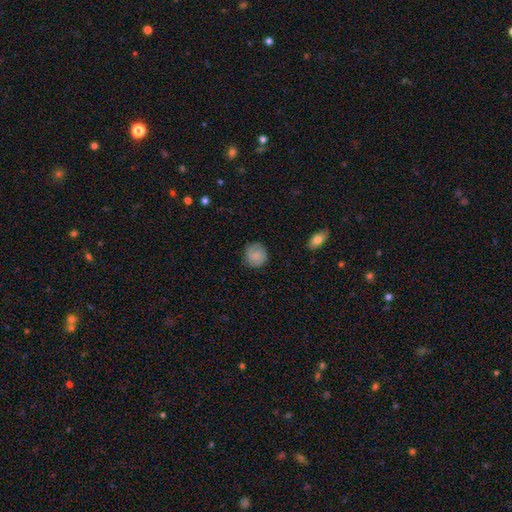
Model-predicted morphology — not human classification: Smooth or featured?
  - smooth: 74% *
  - featured or disk: 18%
  - star or artifact: 8%
How rounded?
  - round: 85% *
  - in between: 14%
  - cigar-shaped: 1%
Merging?
  - none: 79% *
  - minor disturbance: 16%
  - major disturbance: 5%
  - merger: 1%